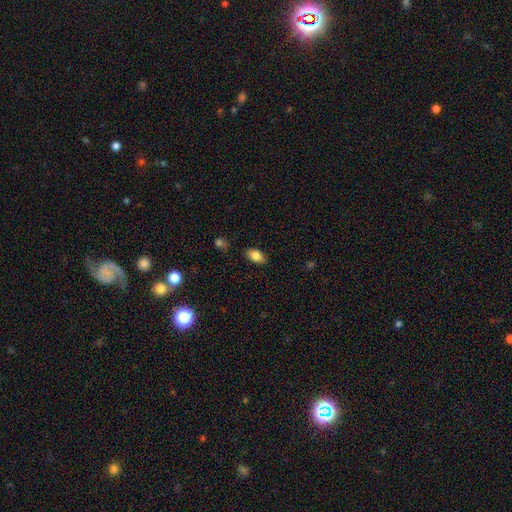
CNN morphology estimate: Smooth or featured? Predicted: smooth (p=0.83). How rounded? Predicted: in between (p=0.89). Merging? Predicted: none (p=0.84).